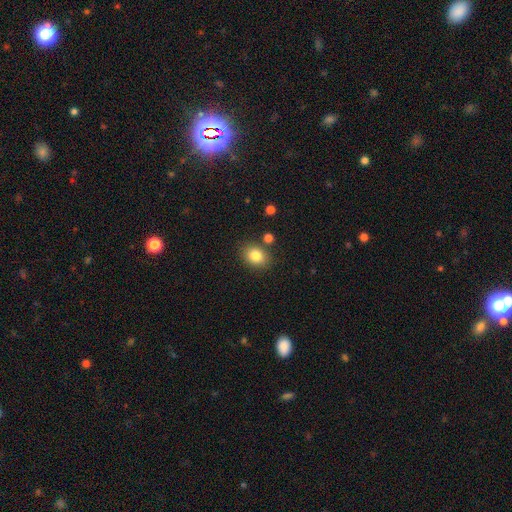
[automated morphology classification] Overall: smooth (84%). How rounded: in between (60%; round 39%). Merging: none (80%).